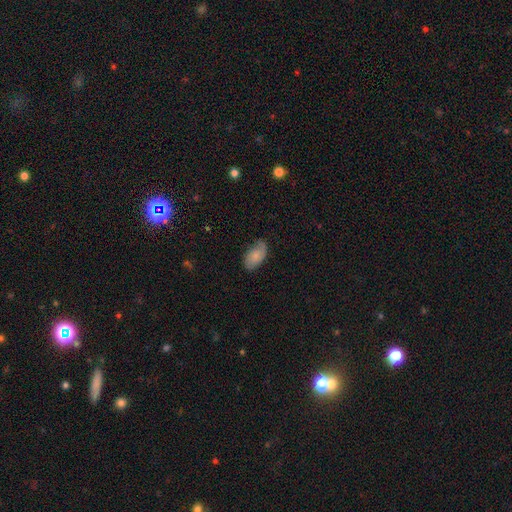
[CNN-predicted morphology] Q: Smooth or featured?
A: smooth (70%); runner-up: featured or disk (23%)
Q: How rounded?
A: in between (94%); runner-up: round (4%)
Q: Merging?
A: none (66%); runner-up: minor disturbance (26%)